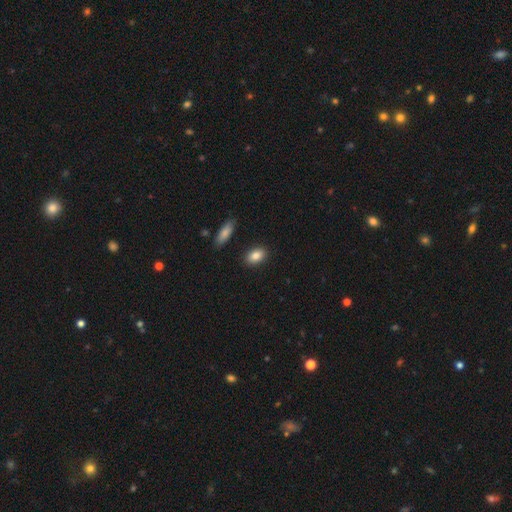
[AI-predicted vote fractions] Q: Smooth or featured?
A: smooth (85%); runner-up: star or artifact (7%)
Q: How rounded?
A: in between (86%); runner-up: round (11%)
Q: Merging?
A: none (88%); runner-up: minor disturbance (8%)